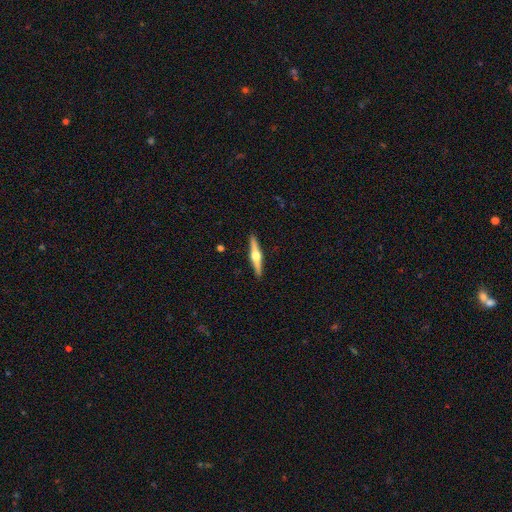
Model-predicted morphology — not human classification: featured or disk 75%, smooth 20%, star or artifact 5%. Down the decision tree: edge-on disk — yes (98%); edge-on bulge — rounded (96%); merging — none (92%).